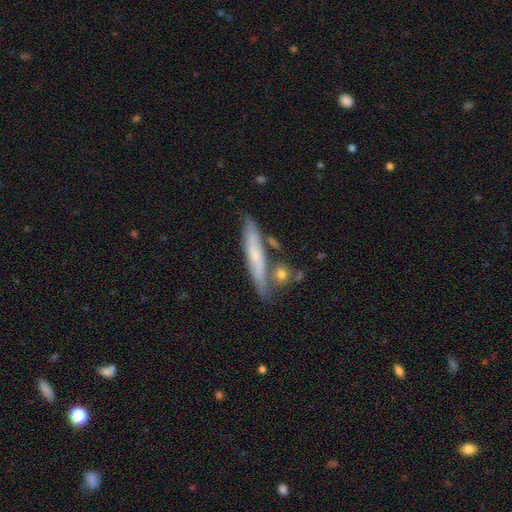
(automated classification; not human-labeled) This is possibly a smooth galaxy (47%). Merging: likely none (67%).